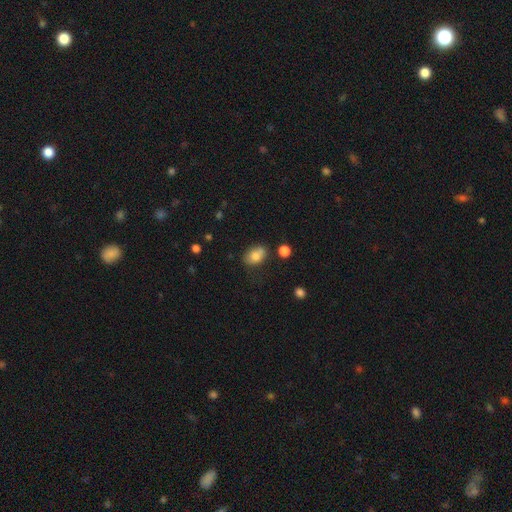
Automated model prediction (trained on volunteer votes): A smooth galaxy with no disk features (79%) that is in between round and cigar-shaped (83%). Merging: none (61%).